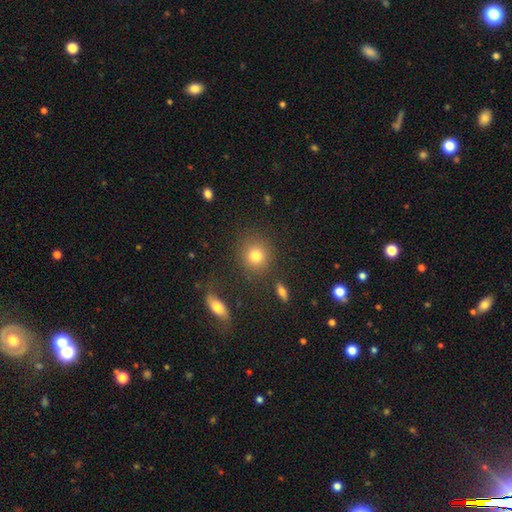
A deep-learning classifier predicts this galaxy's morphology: Smooth or featured? Predicted: smooth (p=0.78). How rounded? Predicted: round (p=0.85). Merging? Predicted: none (p=0.82).